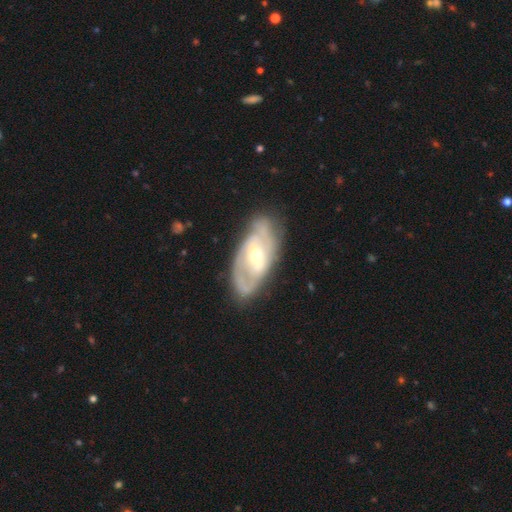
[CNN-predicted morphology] Smooth or featured: featured or disk — 80% (smooth — 15%)
Edge-on disk: no — 92% (yes — 8%)
Bar: weak — 41% (no — 38%)
Spiral arms: yes — 81% (no — 19%)
Spiral winding: tight — 45% (medium — 39%)
Spiral arm count: 2 — 60% (can't tell — 25%)
Bulge size: moderate — 55% (small — 40%)
Merging: none — 75% (minor disturbance — 17%)